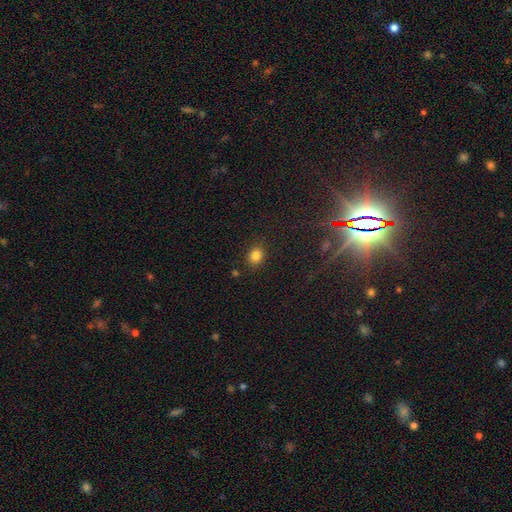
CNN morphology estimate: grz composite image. It shows a smooth galaxy with no disk features (83%) that is round (65%). Merging: none (86%).